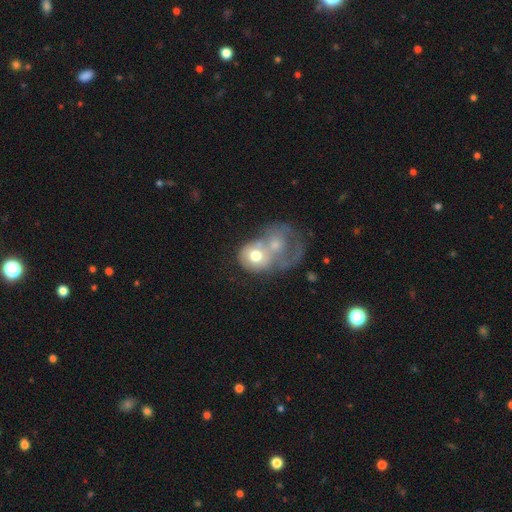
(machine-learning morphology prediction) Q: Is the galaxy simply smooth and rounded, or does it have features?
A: smooth — 55%.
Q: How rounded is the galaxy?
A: round — 64%.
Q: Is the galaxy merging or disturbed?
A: merger — 66%.